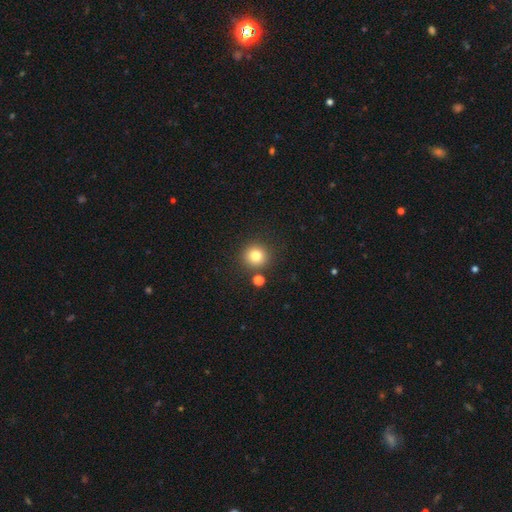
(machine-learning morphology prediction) Overall: smooth (80%). How rounded: round (93%). Merging: none (84%).